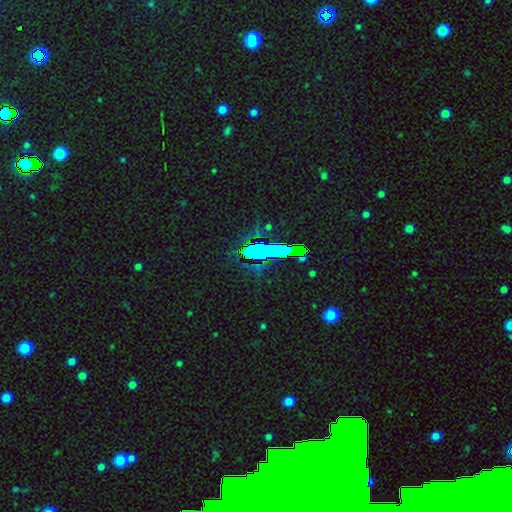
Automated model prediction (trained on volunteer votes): This is likely a star or artifact rather than a galaxy (70%).